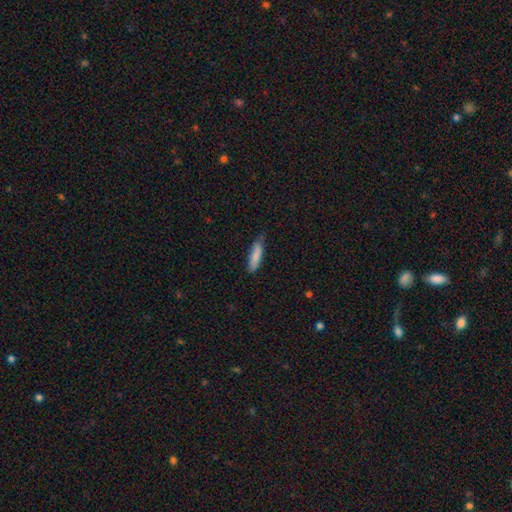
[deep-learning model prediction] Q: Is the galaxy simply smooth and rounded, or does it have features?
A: smooth — 84%.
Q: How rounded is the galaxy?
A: cigar-shaped — 73%.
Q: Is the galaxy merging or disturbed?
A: none — 68%.